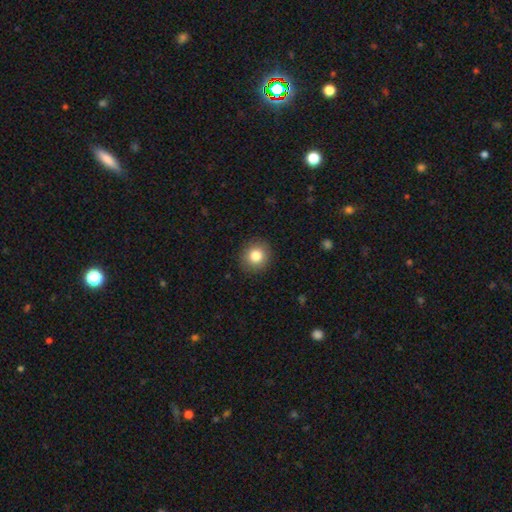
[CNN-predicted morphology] A smooth galaxy with no disk features (83%) that is round (89%).

Vote fractions:
- Smooth or featured? smooth: 83% / star or artifact: 10% / featured or disk: 8%
- How rounded? round: 89% / in between: 10% / cigar-shaped: 1%
- Merging? none: 91% / minor disturbance: 6% / major disturbance: 2% / merger: 1%